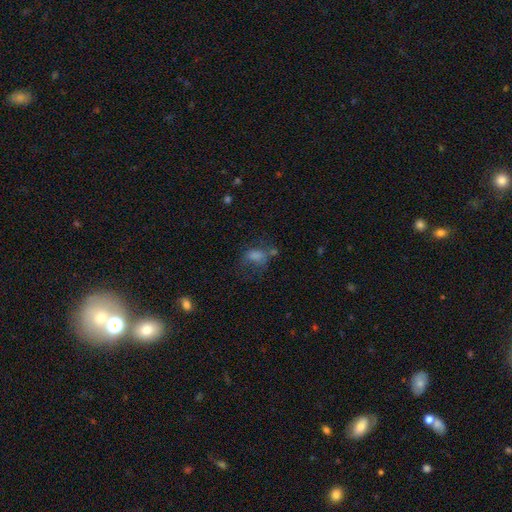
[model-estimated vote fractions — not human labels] Overall: smooth (52%; featured or disk 25%). How rounded: in between (71%). Merging: none (44%; major disturbance 27%).